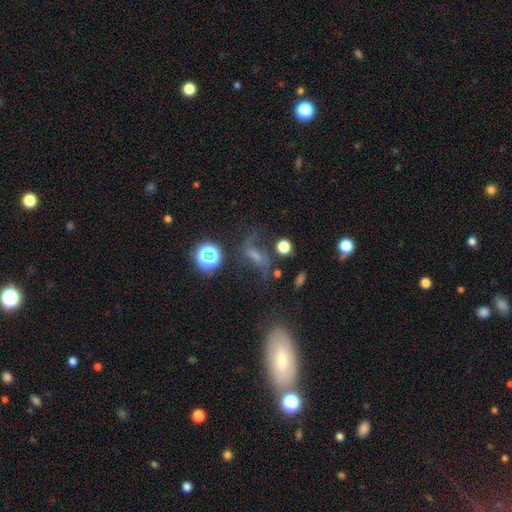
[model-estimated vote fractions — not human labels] This appears to be a featured or disk galaxy (45%). Merging: none (47%).